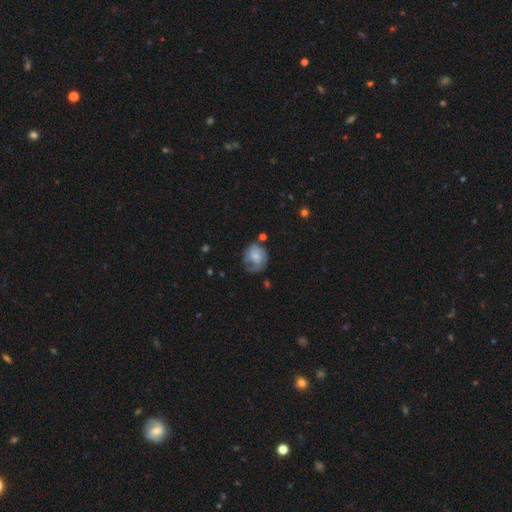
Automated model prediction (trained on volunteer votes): Smooth or featured?
  - smooth: 48% *
  - featured or disk: 43%
  - star or artifact: 8%
Merging?
  - none: 46% *
  - minor disturbance: 30%
  - major disturbance: 21%
  - merger: 4%